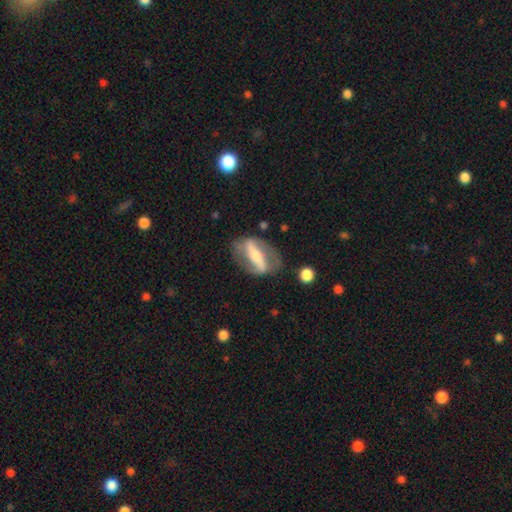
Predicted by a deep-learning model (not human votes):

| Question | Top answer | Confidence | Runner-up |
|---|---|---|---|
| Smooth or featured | featured or disk | 73% | smooth (21%) |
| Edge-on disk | no | 72% | yes (28%) |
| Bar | strong | 79% | weak (12%) |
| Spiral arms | yes | 52% | no (48%) |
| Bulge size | moderate | 45% | small (37%) |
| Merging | none | 68% | minor disturbance (17%) |